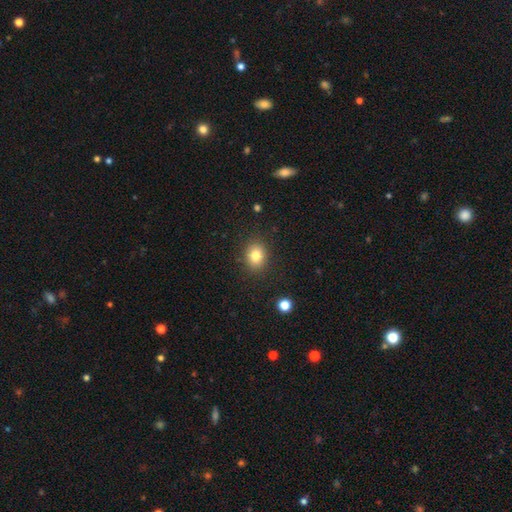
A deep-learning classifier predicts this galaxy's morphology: A smooth galaxy with no disk features (81%) that is round (57%).

Vote fractions:
- Smooth or featured? smooth: 81% / star or artifact: 11% / featured or disk: 8%
- How rounded? round: 57% / in between: 43% / cigar-shaped: 1%
- Merging? none: 87% / minor disturbance: 8% / major disturbance: 3% / merger: 1%